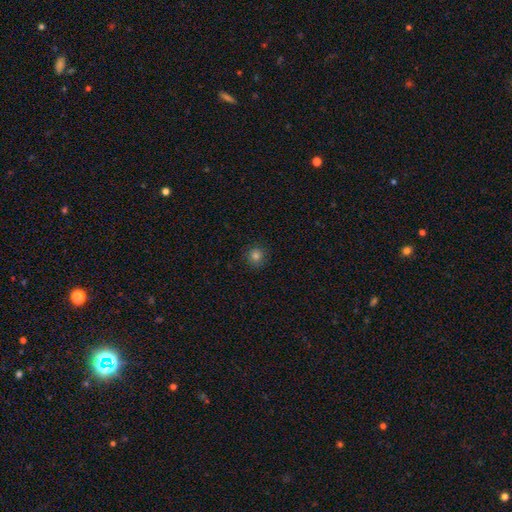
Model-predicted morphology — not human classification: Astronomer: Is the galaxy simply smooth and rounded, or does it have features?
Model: smooth — 80%.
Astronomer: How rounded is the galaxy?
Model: round — 93%.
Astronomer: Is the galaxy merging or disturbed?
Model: none — 90%.